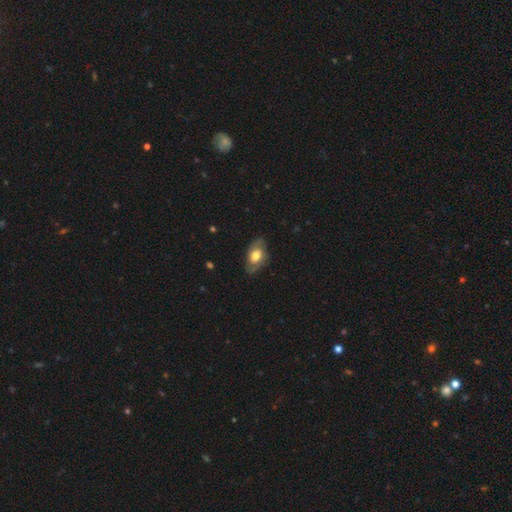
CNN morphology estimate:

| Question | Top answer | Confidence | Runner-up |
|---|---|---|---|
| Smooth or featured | featured or disk | 47% | smooth (46%) |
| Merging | none | 76% | minor disturbance (18%) |